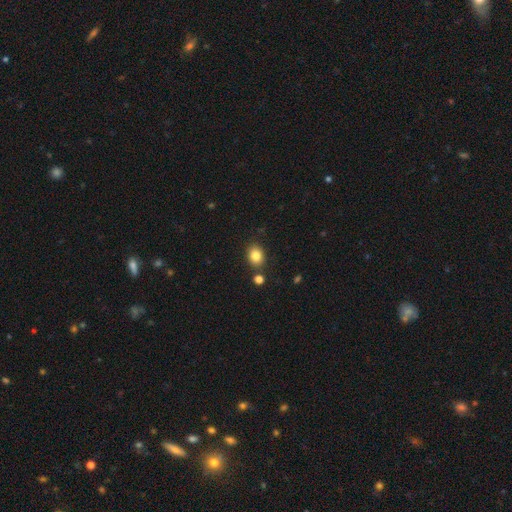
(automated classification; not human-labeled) A smooth galaxy with no disk features (83%) that is round (51%).

Vote fractions:
- Smooth or featured? smooth: 83% / star or artifact: 10% / featured or disk: 7%
- How rounded? round: 51% / in between: 48% / cigar-shaped: 1%
- Merging? none: 81% / minor disturbance: 10% / merger: 7% / major disturbance: 3%